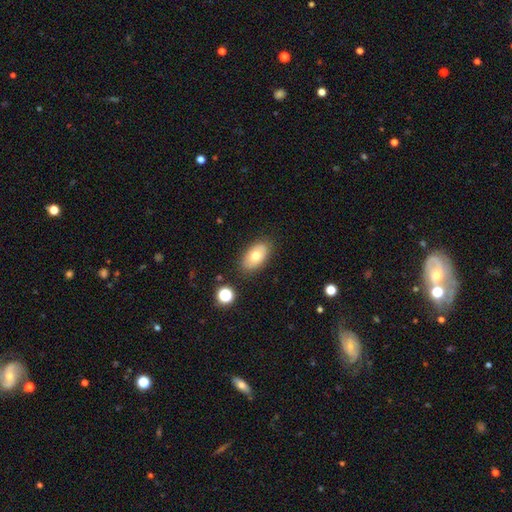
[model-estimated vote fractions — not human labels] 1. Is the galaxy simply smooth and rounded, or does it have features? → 69% smooth, 23% featured or disk, 9% star or artifact.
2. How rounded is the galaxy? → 91% in between, 7% round, 2% cigar-shaped.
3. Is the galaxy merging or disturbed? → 83% none, 12% minor disturbance, 3% major disturbance, 2% merger.